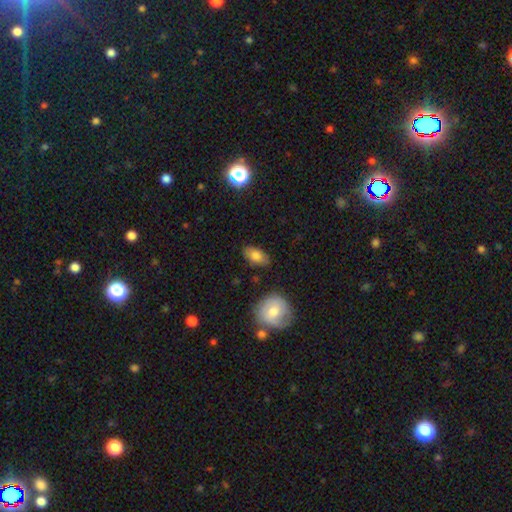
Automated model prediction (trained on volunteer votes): This appears to be a smooth galaxy with no disk features (78%) that is in between round and cigar-shaped (90%). Merging: none (81%).